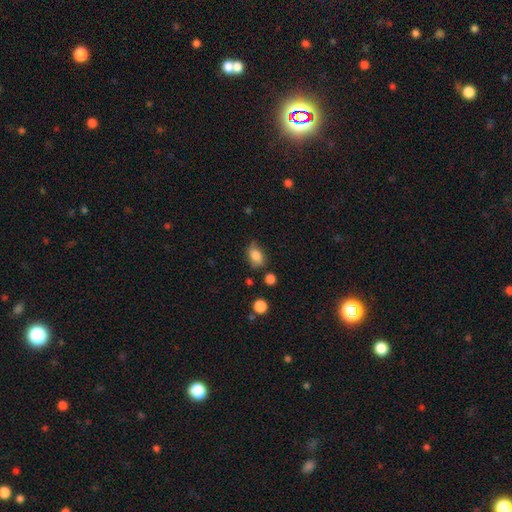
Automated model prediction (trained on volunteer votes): smooth-or-featured: smooth: 83% | star or artifact: 9% | featured or disk: 8%
  how-rounded: in between: 79% | round: 19% | cigar-shaped: 2%
  merging: none: 64% | minor disturbance: 26% | major disturbance: 6% | merger: 4%